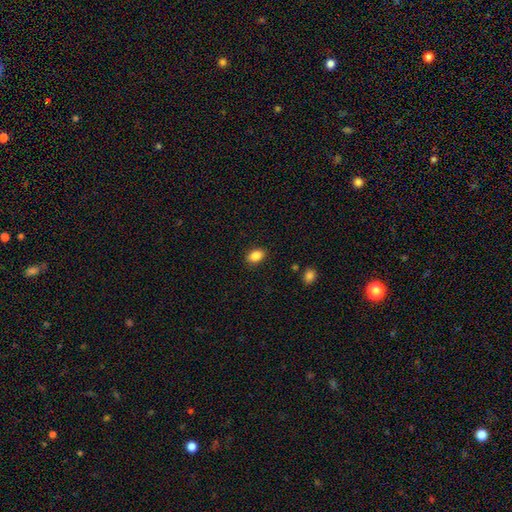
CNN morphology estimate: smooth 87%, star or artifact 9%, featured or disk 5%. Down the decision tree: how rounded — in between (82%); merging — none (88%).